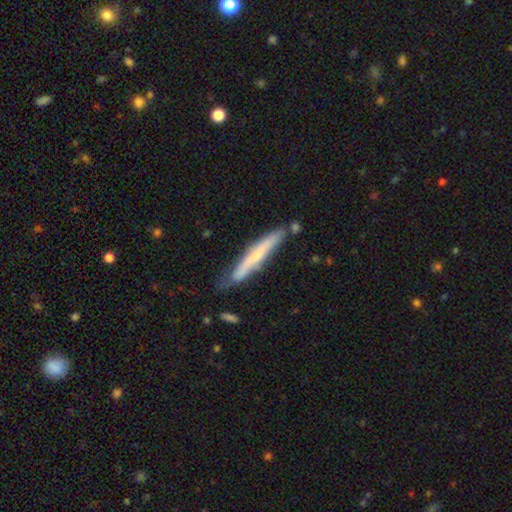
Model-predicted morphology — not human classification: Smooth or featured? Predicted: smooth (p=0.49). Merging? Predicted: none (p=0.71).